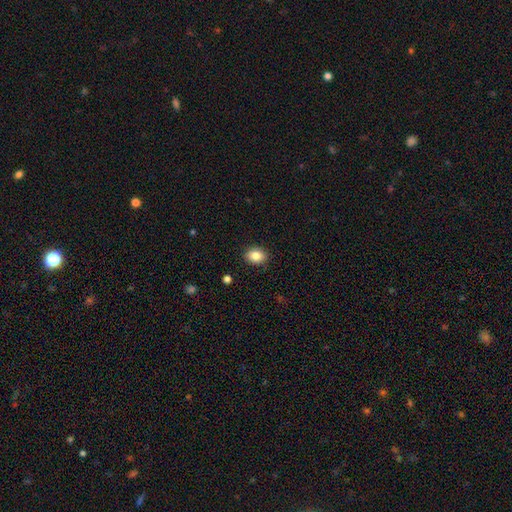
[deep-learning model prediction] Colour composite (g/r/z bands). It shows a smooth galaxy with no disk features (85%) that is in between round and cigar-shaped (57%). Merging: none (89%).